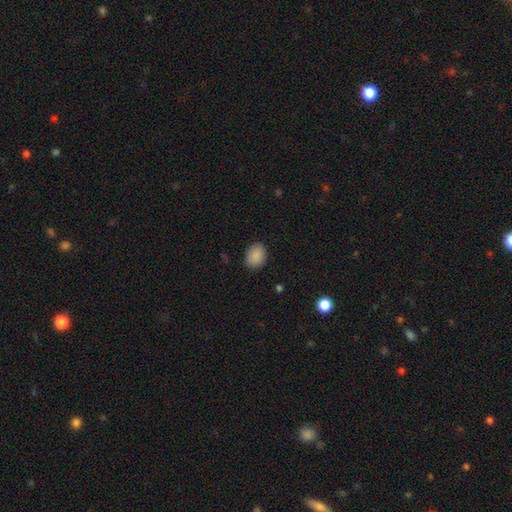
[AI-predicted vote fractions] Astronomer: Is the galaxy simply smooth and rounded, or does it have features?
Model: smooth — 89%.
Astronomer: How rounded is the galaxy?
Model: in between — 65%.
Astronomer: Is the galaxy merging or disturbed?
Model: none — 86%.